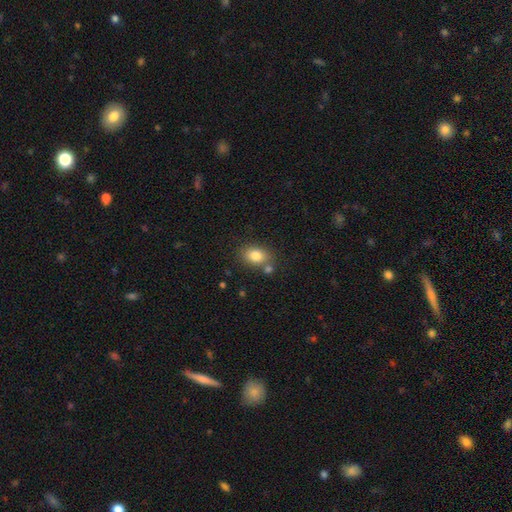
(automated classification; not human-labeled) Smooth or featured: smooth — 81% (star or artifact — 10%)
How rounded: in between — 69% (round — 29%)
Merging: none — 69% (merger — 15%)